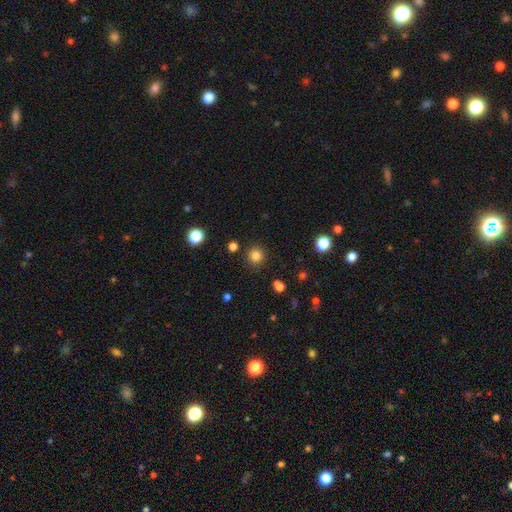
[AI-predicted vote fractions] Overall: smooth (82%). How rounded: round (92%). Merging: none (89%).